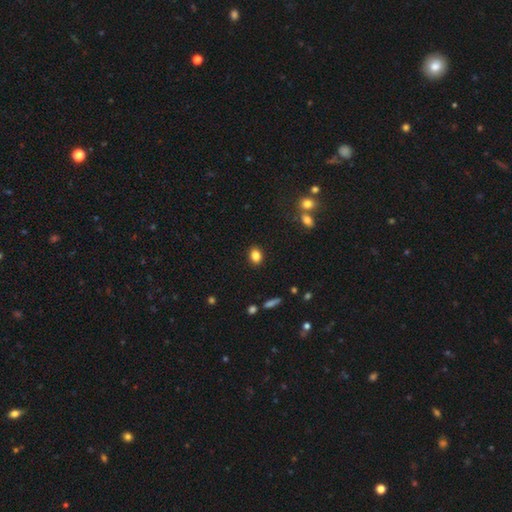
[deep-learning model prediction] Smooth or featured? smooth (85%)
How rounded? in between (67%)
Merging? none (89%)